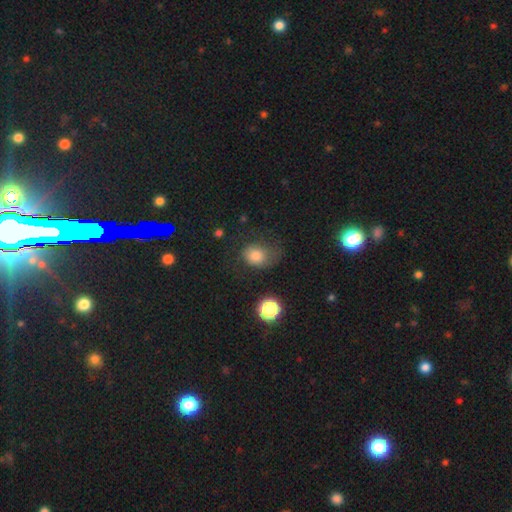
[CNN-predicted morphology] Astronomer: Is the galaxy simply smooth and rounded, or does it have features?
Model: smooth — 78%.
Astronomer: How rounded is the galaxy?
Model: round — 52% (runner-up: in between, 47%).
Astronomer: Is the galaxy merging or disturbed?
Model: none — 48% (runner-up: minor disturbance, 28%).